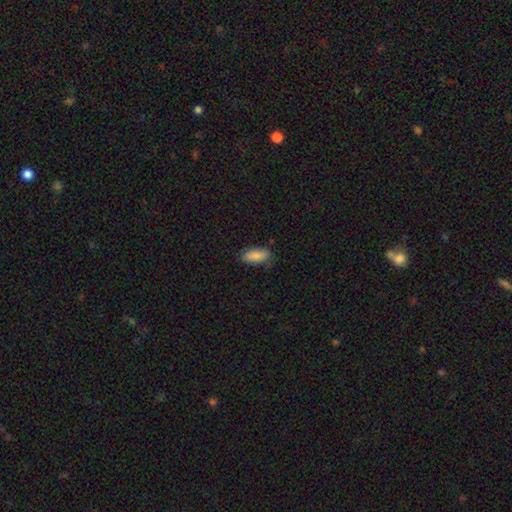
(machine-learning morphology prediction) The model was most divided on "merging": none: 78%, minor disturbance: 18%, major disturbance: 3%, merger: 1%. More confident: smooth or featured — smooth (88%); how rounded — in between (84%).